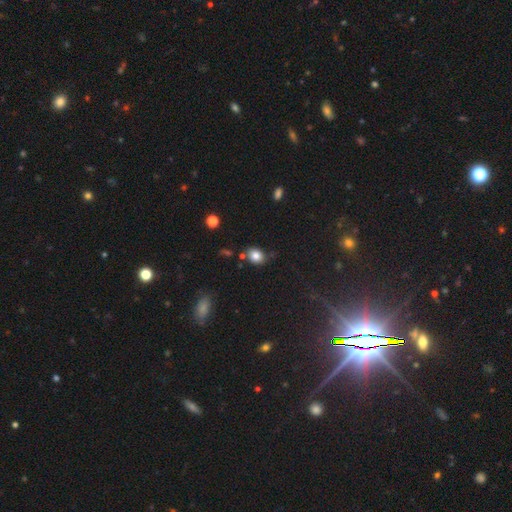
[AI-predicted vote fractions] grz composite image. It shows a smooth galaxy with no disk features (81%) that is round (53%). Merging: none (74%).